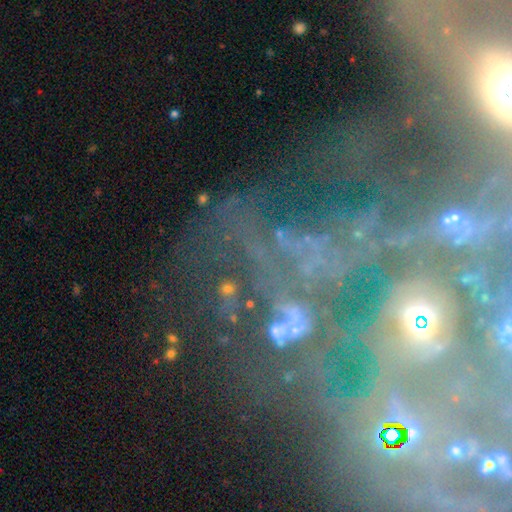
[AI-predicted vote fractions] smooth-or-featured: featured or disk: 60% | star or artifact: 28% | smooth: 12%
  disk-edge-on: no: 94% | yes: 6%
    bar: no: 57% | weak: 23% | strong: 19%
    has-spiral-arms: yes: 68% | no: 32%
    bulge-size: small: 41% | moderate: 31% | none: 18% | large: 6% | dominant: 4%
  merging: none: 41% | major disturbance: 25% | merger: 19% | minor disturbance: 15%